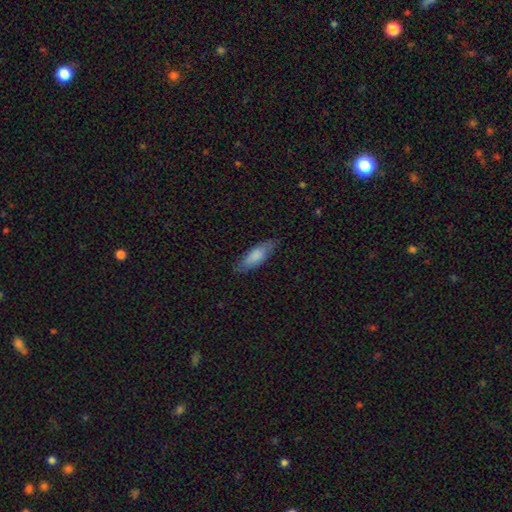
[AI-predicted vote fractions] smooth 80%, featured or disk 15%, star or artifact 5%. Down the decision tree: how rounded — in between (62%); merging — none (79%).